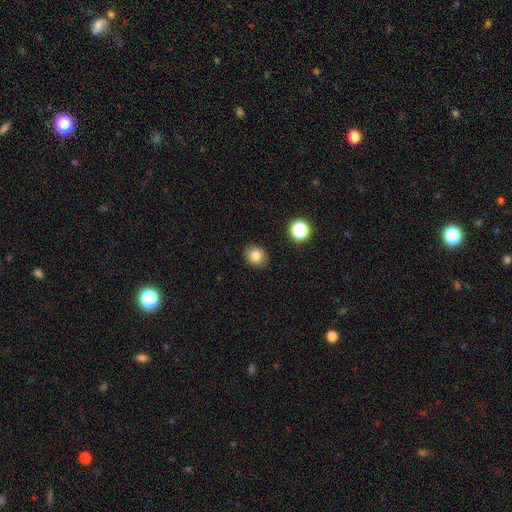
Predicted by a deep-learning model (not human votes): smooth-or-featured: smooth: 81% | star or artifact: 12% | featured or disk: 7%
  how-rounded: round: 61% | in between: 38% | cigar-shaped: 1%
  merging: none: 89% | minor disturbance: 8% | major disturbance: 2% | merger: 1%